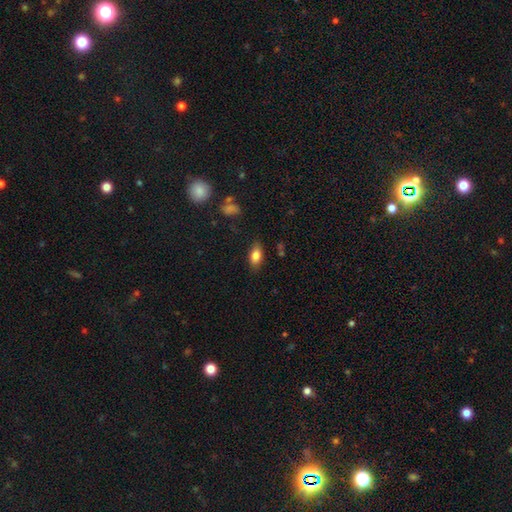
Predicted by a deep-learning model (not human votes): smooth 80%, featured or disk 12%, star or artifact 8%. Down the decision tree: how rounded — in between (86%); merging — none (82%).